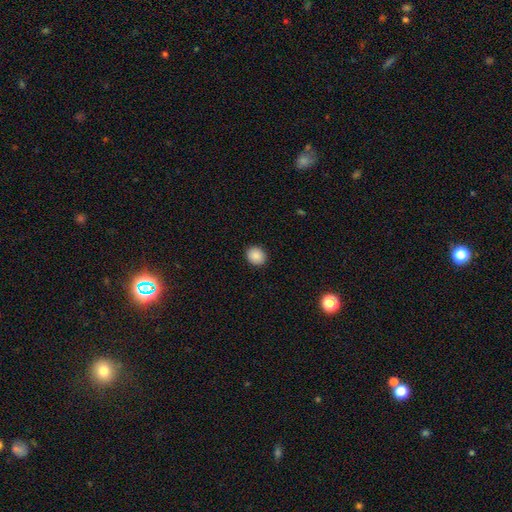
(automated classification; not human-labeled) A smooth galaxy with no disk features (87%) that is round (81%).

Vote fractions:
- Smooth or featured? smooth: 87% / star or artifact: 9% / featured or disk: 4%
- How rounded? round: 81% / in between: 19% / cigar-shaped: 1%
- Merging? none: 92% / minor disturbance: 6% / major disturbance: 2% / merger: 1%